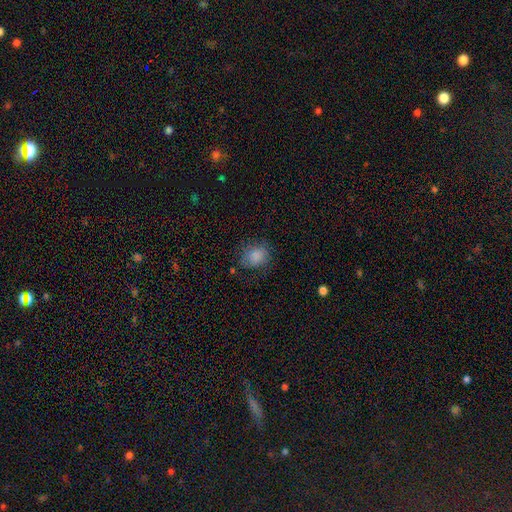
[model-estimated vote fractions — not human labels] Overall: smooth (83%). How rounded: round (59%; in between 40%). Merging: none (69%).